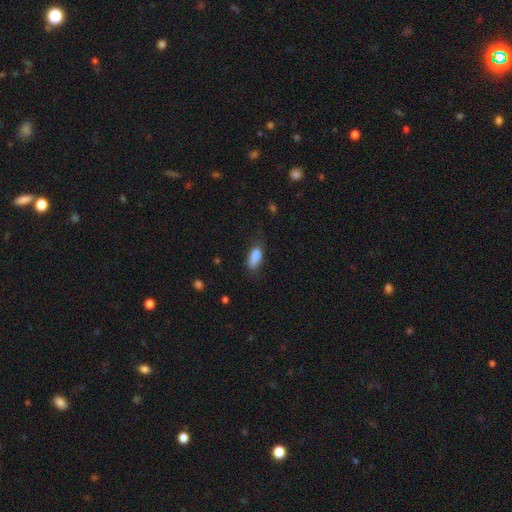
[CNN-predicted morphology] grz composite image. It shows a smooth galaxy with no disk features (83%) that is in between round and cigar-shaped (85%). Merging: none (55%).